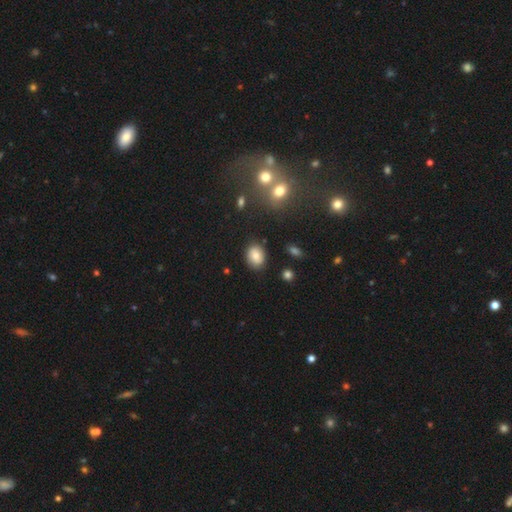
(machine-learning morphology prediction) Smooth or featured? Predicted: smooth (p=0.76). How rounded? Predicted: in between (p=0.50). Merging? Predicted: none (p=0.85).